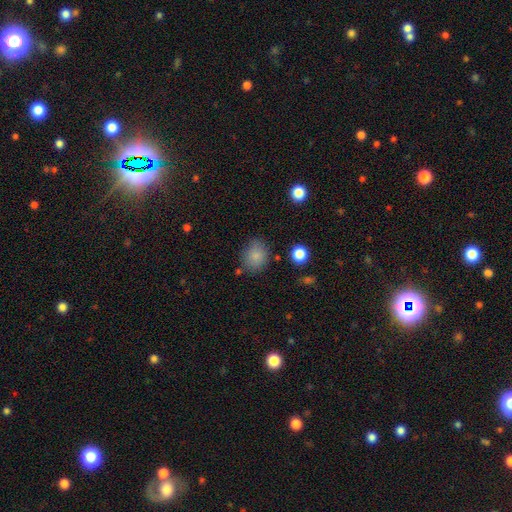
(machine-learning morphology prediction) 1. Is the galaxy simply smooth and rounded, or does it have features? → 83% smooth, 11% star or artifact, 7% featured or disk.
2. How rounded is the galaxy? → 55% round, 44% in between, 1% cigar-shaped.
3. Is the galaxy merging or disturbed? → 76% none, 15% minor disturbance, 5% major disturbance, 4% merger.